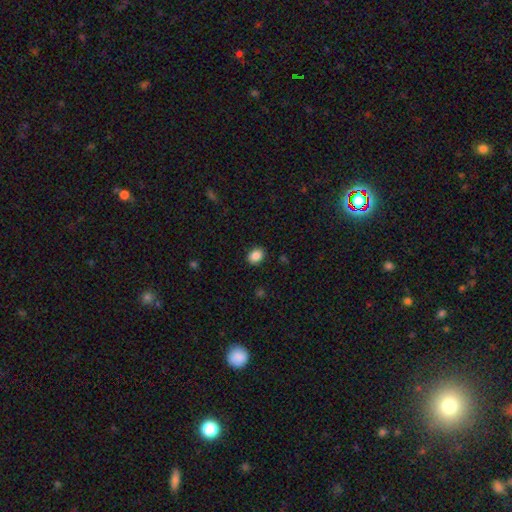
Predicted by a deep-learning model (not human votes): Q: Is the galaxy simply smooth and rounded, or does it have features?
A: smooth — 87%.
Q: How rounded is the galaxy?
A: in between — 50%, tied with round.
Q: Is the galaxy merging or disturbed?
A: none — 89%.